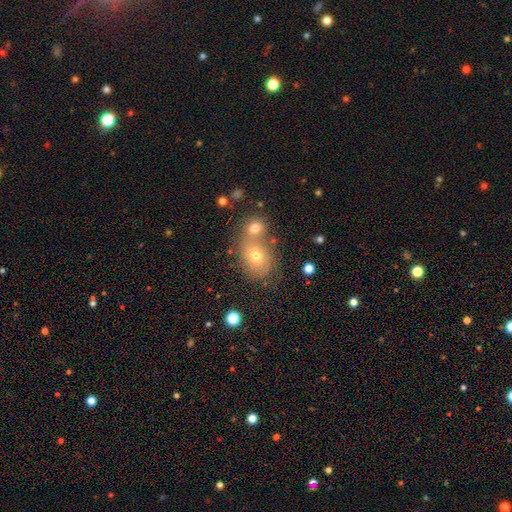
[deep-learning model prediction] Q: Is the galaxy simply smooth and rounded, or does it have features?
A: smooth — 64%.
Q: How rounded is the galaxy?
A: in between — 54%.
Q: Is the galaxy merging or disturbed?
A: merger — 44%.